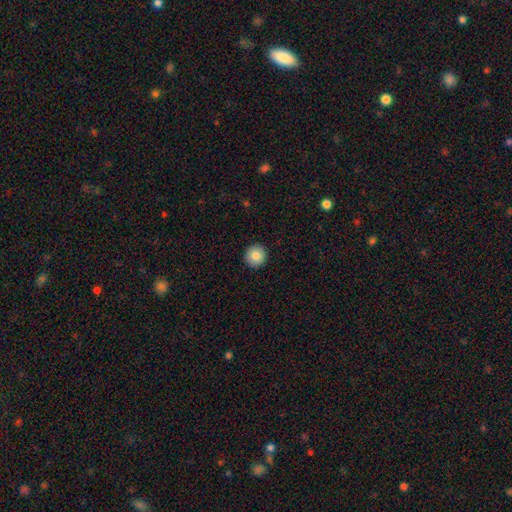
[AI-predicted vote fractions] This is clearly a smooth galaxy (83%). How rounded: clearly round (94%). Merging: clearly none (93%).